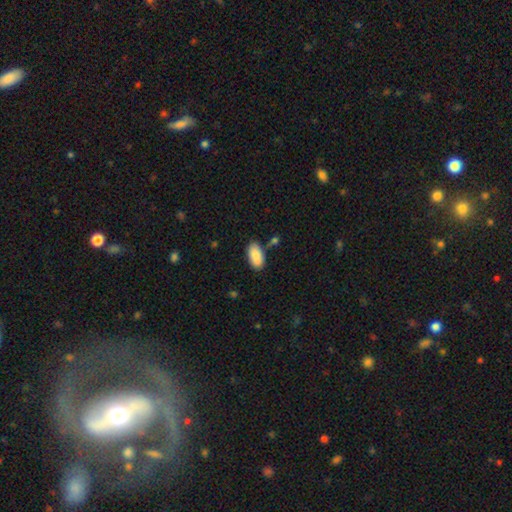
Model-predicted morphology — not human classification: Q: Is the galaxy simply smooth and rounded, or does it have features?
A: smooth — 86%.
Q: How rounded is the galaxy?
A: in between — 94%.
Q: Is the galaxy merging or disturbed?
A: none — 72%.